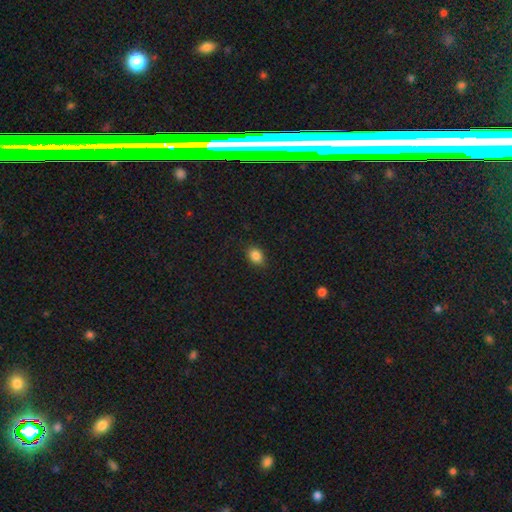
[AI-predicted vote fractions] A smooth galaxy with no disk features (86%) that is in between round and cigar-shaped (65%).

Vote fractions:
- Smooth or featured? smooth: 86% / star or artifact: 10% / featured or disk: 4%
- How rounded? in between: 65% / round: 34% / cigar-shaped: 1%
- Merging? none: 87% / minor disturbance: 10% / major disturbance: 2% / merger: 1%